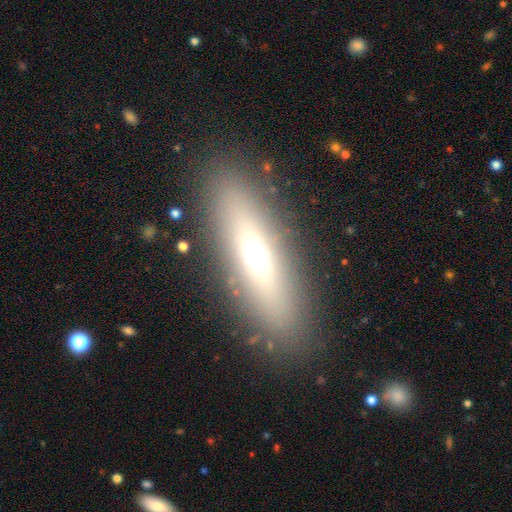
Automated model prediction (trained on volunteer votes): Smooth or featured?
  - smooth: 52% *
  - featured or disk: 36%
  - star or artifact: 13%
How rounded?
  - cigar-shaped: 49% *
  - in between: 47%
  - round: 4%
Merging?
  - none: 84% *
  - minor disturbance: 9%
  - major disturbance: 5%
  - merger: 2%